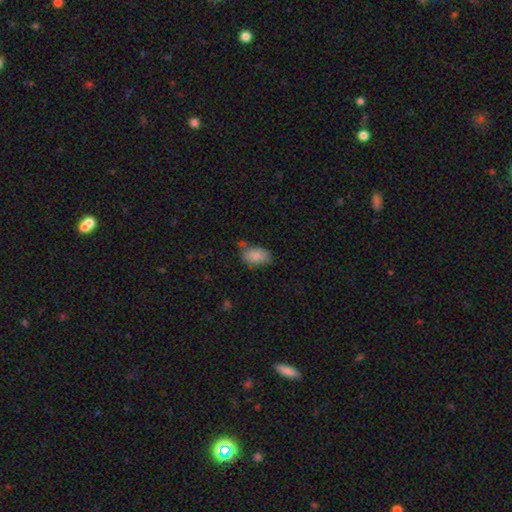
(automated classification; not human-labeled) smooth 86%, star or artifact 7%, featured or disk 7%. Down the decision tree: how rounded — in between (92%); merging — none (62%).